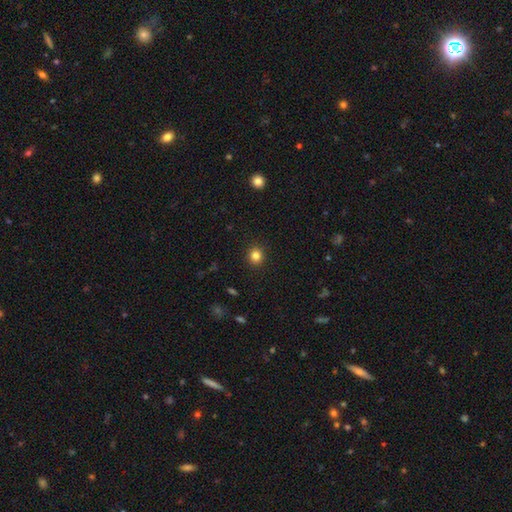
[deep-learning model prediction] smooth 83%, star or artifact 12%, featured or disk 5%. Down the decision tree: how rounded — round (87%); merging — none (91%).